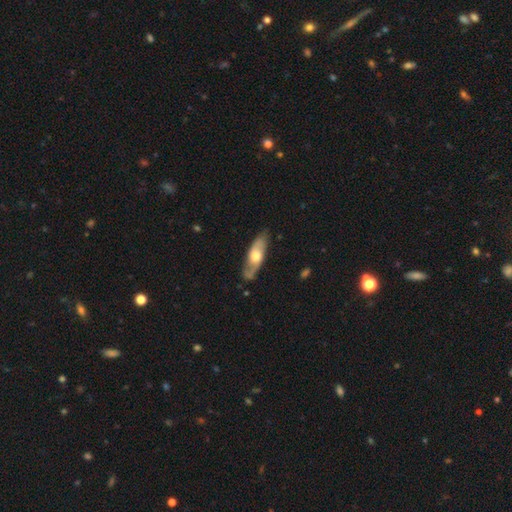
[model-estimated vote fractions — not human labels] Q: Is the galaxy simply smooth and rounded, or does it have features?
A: featured or disk — 56%.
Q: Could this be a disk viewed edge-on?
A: no — 66%.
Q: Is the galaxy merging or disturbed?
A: none — 74%.